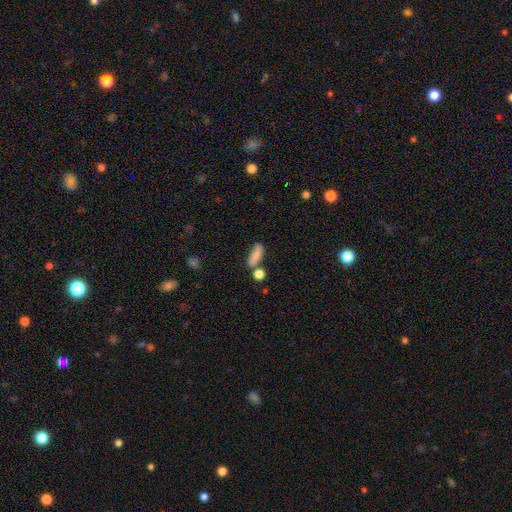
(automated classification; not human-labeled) Morphology: type=smooth (78%); roundness=in between (67%); merging=none (61%).